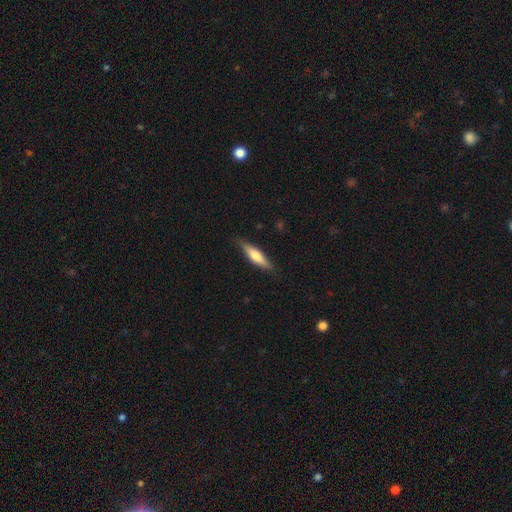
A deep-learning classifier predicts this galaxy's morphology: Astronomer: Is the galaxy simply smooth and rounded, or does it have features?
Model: smooth — 57% (runner-up: featured or disk, 37%).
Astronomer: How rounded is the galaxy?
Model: cigar-shaped — 72%.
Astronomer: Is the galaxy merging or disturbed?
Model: none — 85%.